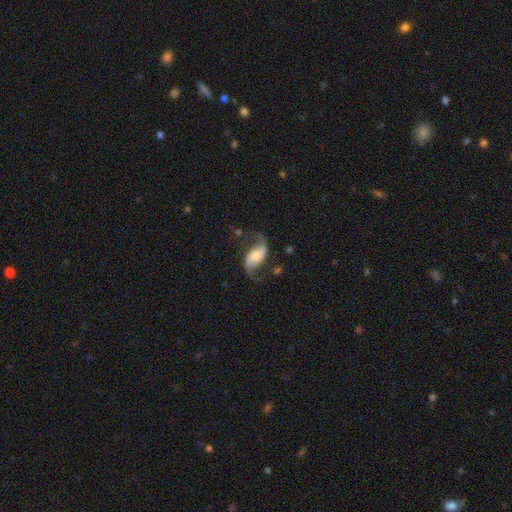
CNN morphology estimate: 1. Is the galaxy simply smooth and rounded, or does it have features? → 83% featured or disk, 11% smooth, 6% star or artifact.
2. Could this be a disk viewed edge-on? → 96% no, 4% yes.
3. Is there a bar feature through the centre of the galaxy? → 47% no, 35% weak, 18% strong.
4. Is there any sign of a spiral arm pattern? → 95% yes, 5% no.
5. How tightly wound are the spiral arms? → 75% loose, 20% medium, 5% tight.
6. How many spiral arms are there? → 92% 2, 3% 1, 2% can't tell, 1% 3, 1% 4, 1% more than 4.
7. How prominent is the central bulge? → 52% moderate, 28% small, 13% large, 4% none, 3% dominant.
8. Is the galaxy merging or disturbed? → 69% none, 17% minor disturbance, 12% major disturbance, 3% merger.